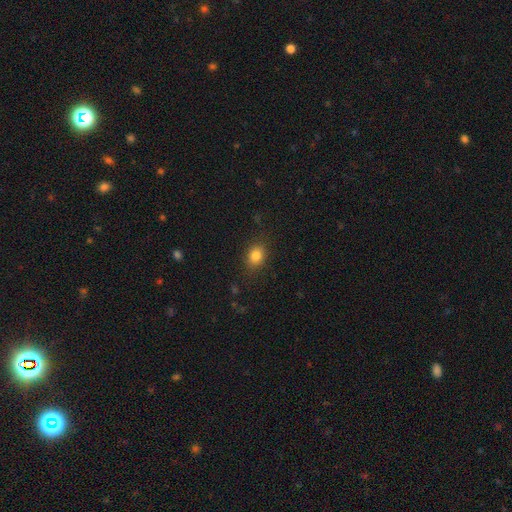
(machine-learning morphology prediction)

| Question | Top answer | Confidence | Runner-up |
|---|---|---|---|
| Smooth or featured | smooth | 83% | star or artifact (11%) |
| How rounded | in between | 57% | round (42%) |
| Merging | none | 84% | minor disturbance (11%) |